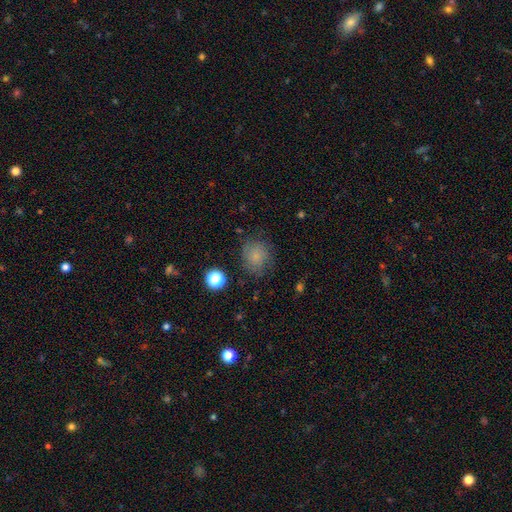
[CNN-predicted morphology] type=smooth (73%); roundness=round (79%); merging=none (74%).